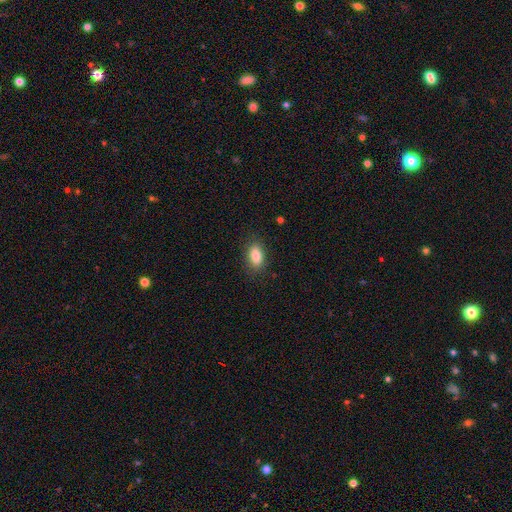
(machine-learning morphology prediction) This appears to be a smooth galaxy with no disk features (85%) that is in between round and cigar-shaped (89%). Merging: none (85%).